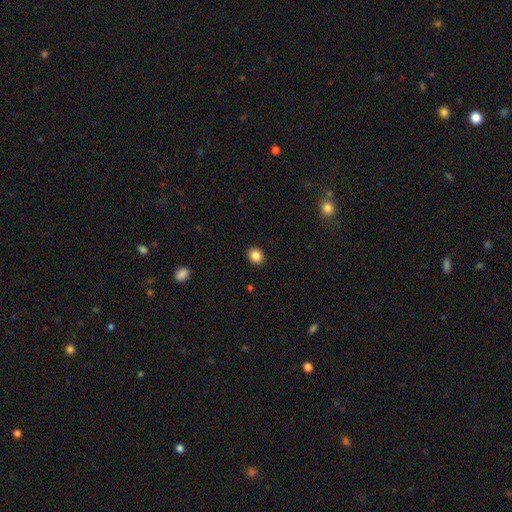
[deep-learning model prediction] A smooth galaxy with no disk features (86%) that is round (72%). Merging: none (91%).